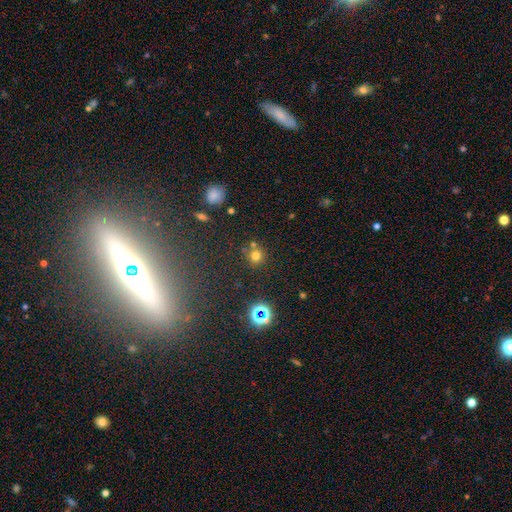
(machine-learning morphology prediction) Smooth or featured? smooth (69%)
How rounded? round (88%)
Merging? none (69%)